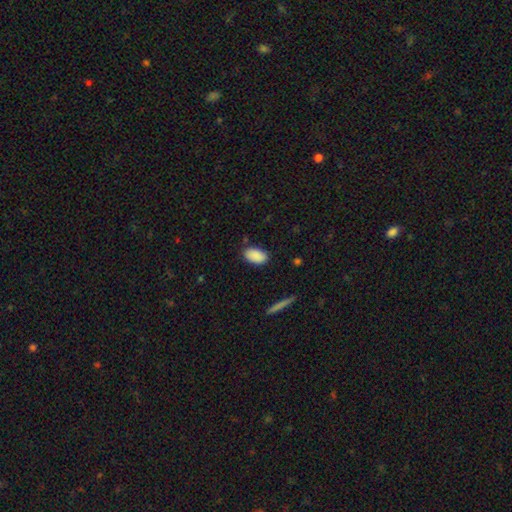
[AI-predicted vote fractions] Smooth or featured?
  - smooth: 89% *
  - star or artifact: 7%
  - featured or disk: 4%
How rounded?
  - in between: 94% *
  - round: 4%
  - cigar-shaped: 2%
Merging?
  - none: 83% *
  - minor disturbance: 13%
  - major disturbance: 3%
  - merger: 2%